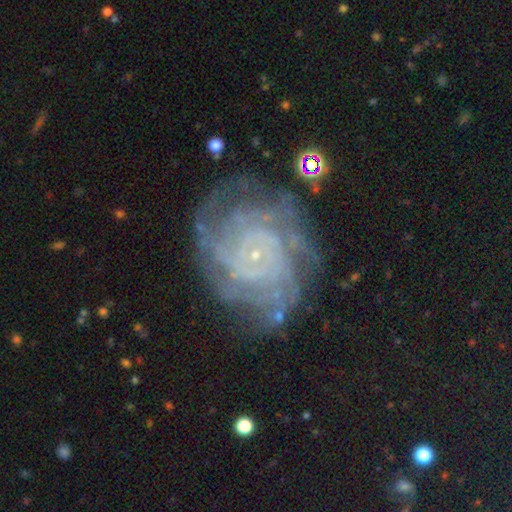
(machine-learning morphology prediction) Smooth or featured? featured or disk (87%)
Edge-on disk? no (97%)
Bar? no (74%)
Spiral arms? yes (97%)
Spiral winding? tight (76%)
Spiral arm count? can't tell (25%)
Bulge size? small (89%)
Merging? none (71%)